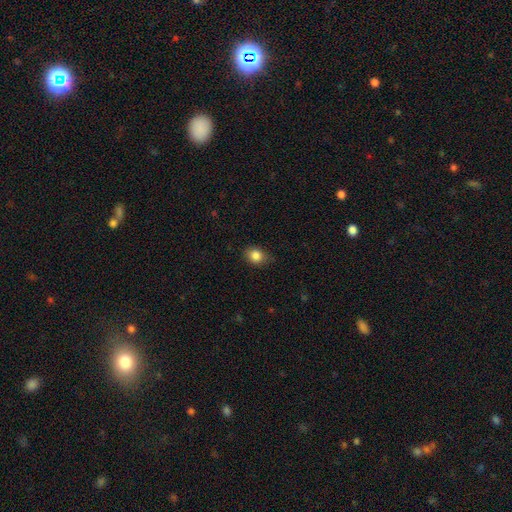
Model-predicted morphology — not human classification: Smooth or featured?
  - smooth: 84% *
  - star or artifact: 10%
  - featured or disk: 6%
How rounded?
  - round: 52% *
  - in between: 47%
  - cigar-shaped: 1%
Merging?
  - none: 74% *
  - minor disturbance: 21%
  - major disturbance: 4%
  - merger: 1%